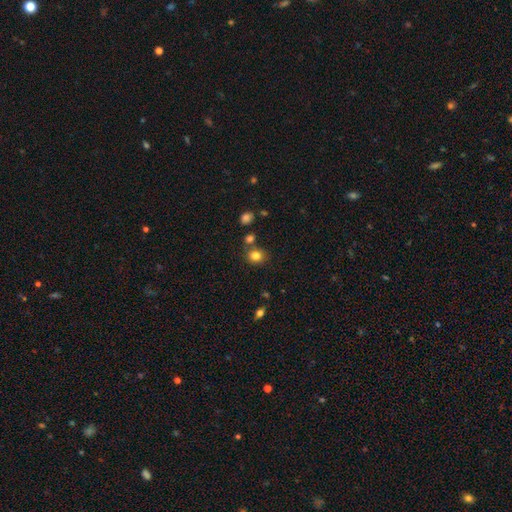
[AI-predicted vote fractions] Smooth or featured: smooth — 81% (star or artifact — 12%)
How rounded: round — 75% (in between — 24%)
Merging: none — 74% (merger — 11%)